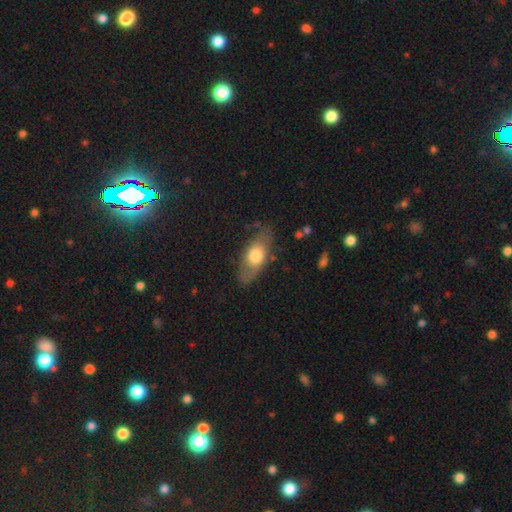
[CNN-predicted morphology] This appears to be a smooth galaxy with no disk features (57%) that is in between round and cigar-shaped (83%). Merging: none (72%).